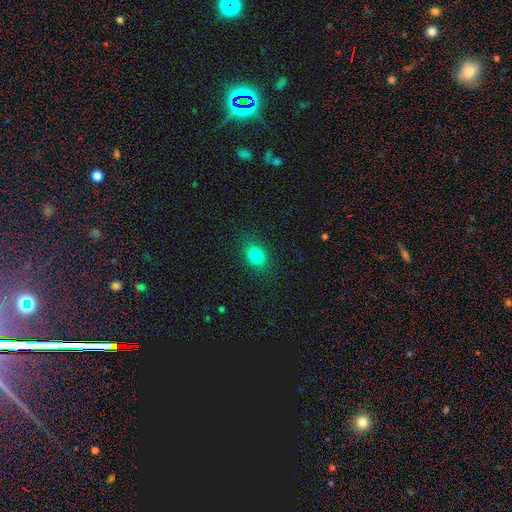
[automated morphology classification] Smooth or featured?
  - smooth: 83% *
  - star or artifact: 11%
  - featured or disk: 6%
How rounded?
  - in between: 62% *
  - round: 37%
  - cigar-shaped: 1%
Merging?
  - none: 86% *
  - minor disturbance: 10%
  - major disturbance: 3%
  - merger: 1%